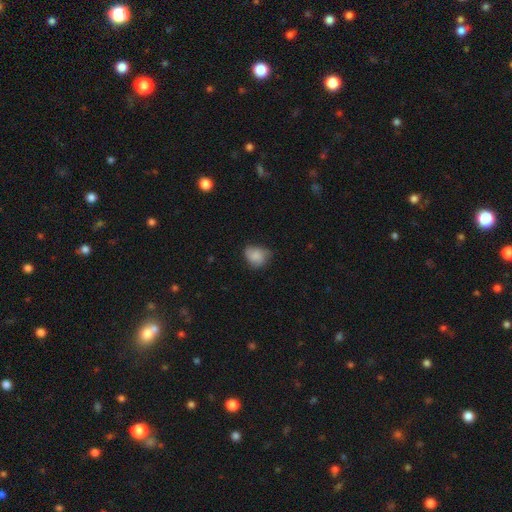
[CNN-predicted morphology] A smooth galaxy with no disk features (78%) that is round (51%).

Vote fractions:
- Smooth or featured? smooth: 78% / featured or disk: 14% / star or artifact: 8%
- How rounded? round: 51% / in between: 48% / cigar-shaped: 1%
- Merging? none: 53% / minor disturbance: 35% / major disturbance: 10% / merger: 2%